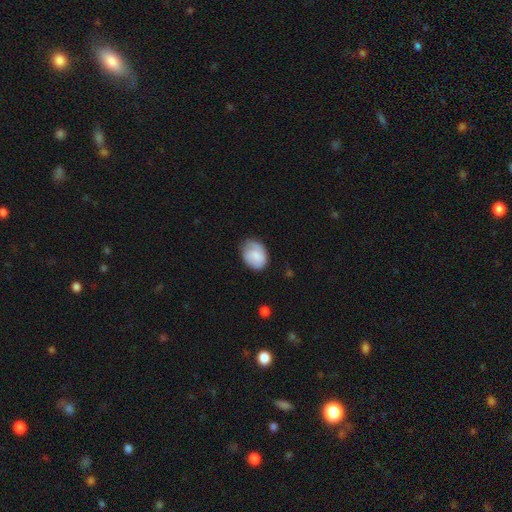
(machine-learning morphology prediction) type=smooth (73%); roundness=in between (65%); merging=none (62%).